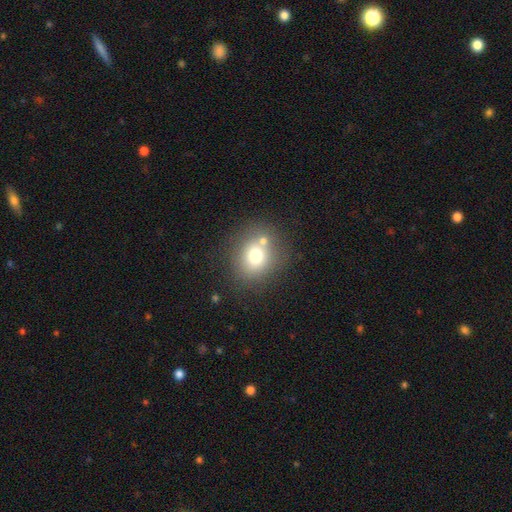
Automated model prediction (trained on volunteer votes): Smooth or featured?
  - smooth: 72% *
  - featured or disk: 14%
  - star or artifact: 14%
How rounded?
  - round: 70% *
  - in between: 29%
  - cigar-shaped: 1%
Merging?
  - none: 66% *
  - merger: 17%
  - minor disturbance: 12%
  - major disturbance: 5%